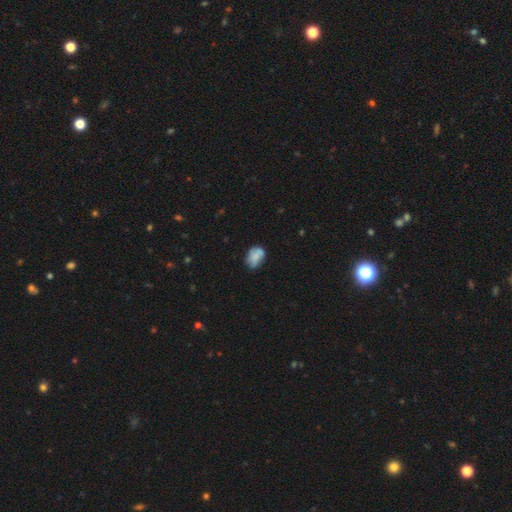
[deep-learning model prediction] Smooth or featured? Predicted: smooth (p=0.65). How rounded? Predicted: in between (p=0.76). Merging? Predicted: none (p=0.50).